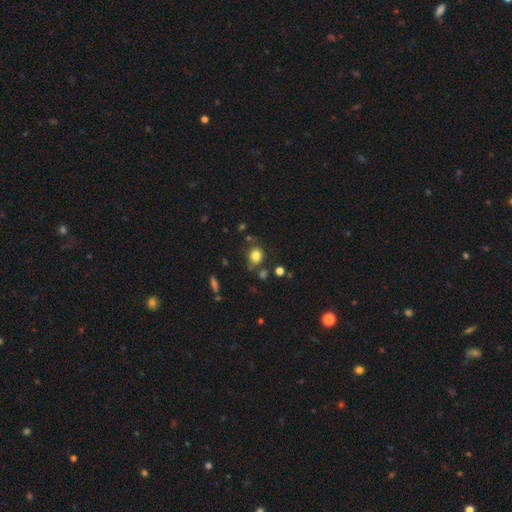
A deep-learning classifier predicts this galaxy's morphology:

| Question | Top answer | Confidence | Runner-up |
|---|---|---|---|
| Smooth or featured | smooth | 81% | star or artifact (11%) |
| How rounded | round | 62% | in between (37%) |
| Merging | none | 71% | minor disturbance (16%) |